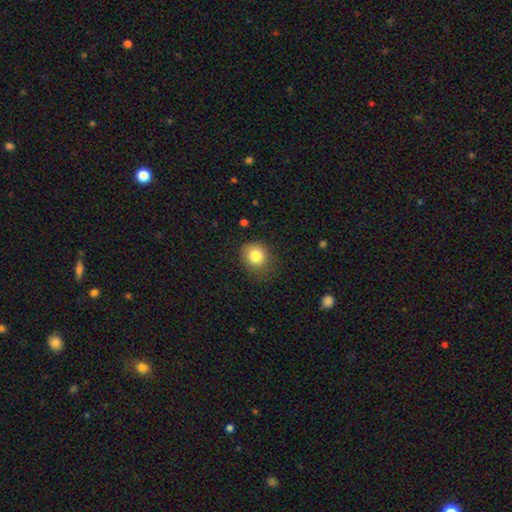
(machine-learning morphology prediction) This is clearly a smooth galaxy (82%). How rounded: likely round (69%). Merging: likely none (68%).